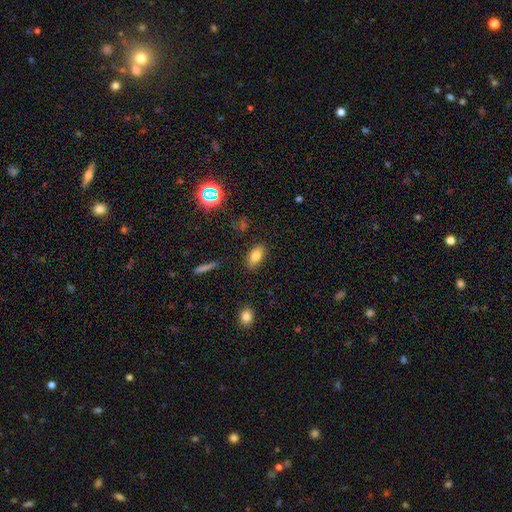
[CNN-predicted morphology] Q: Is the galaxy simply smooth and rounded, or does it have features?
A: smooth — 78%.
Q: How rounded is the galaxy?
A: in between — 86%.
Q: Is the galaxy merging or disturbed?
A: none — 85%.